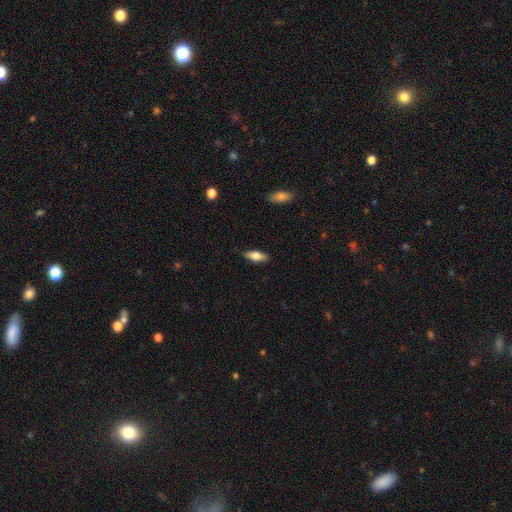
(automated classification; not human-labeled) A smooth galaxy with no disk features (66%) that is in between round and cigar-shaped (70%).

Vote fractions:
- Smooth or featured? smooth: 66% / featured or disk: 28% / star or artifact: 6%
- How rounded? in between: 70% / cigar-shaped: 27% / round: 3%
- Merging? none: 86% / minor disturbance: 11% / major disturbance: 2% / merger: 1%